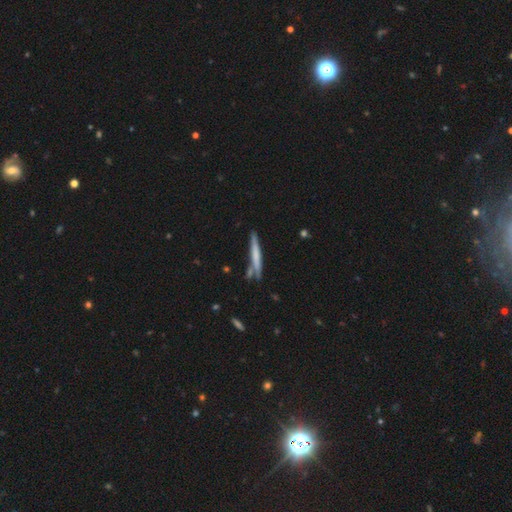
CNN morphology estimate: Smooth or featured?
  - smooth: 56% *
  - featured or disk: 38%
  - star or artifact: 6%
How rounded?
  - cigar-shaped: 95% *
  - in between: 4%
  - round: 1%
Merging?
  - none: 76% *
  - minor disturbance: 14%
  - merger: 7%
  - major disturbance: 3%